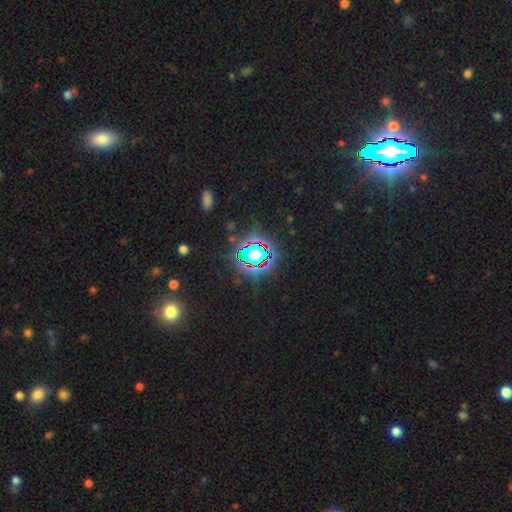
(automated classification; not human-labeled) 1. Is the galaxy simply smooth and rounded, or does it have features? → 80% star or artifact, 11% smooth, 9% featured or disk.